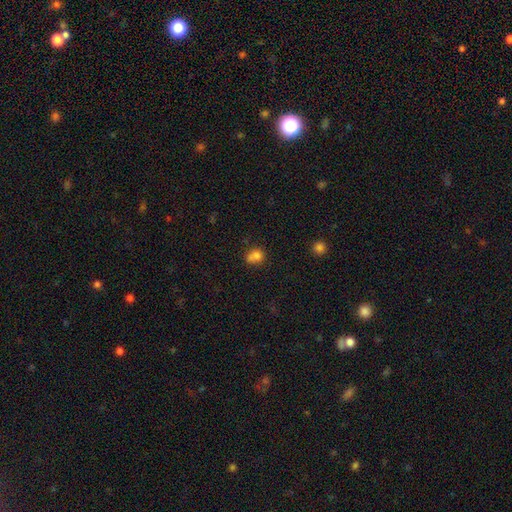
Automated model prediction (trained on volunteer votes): This appears to be a smooth galaxy with no disk features (76%) that is round (60%). Merging: merger (38%, tied with none).